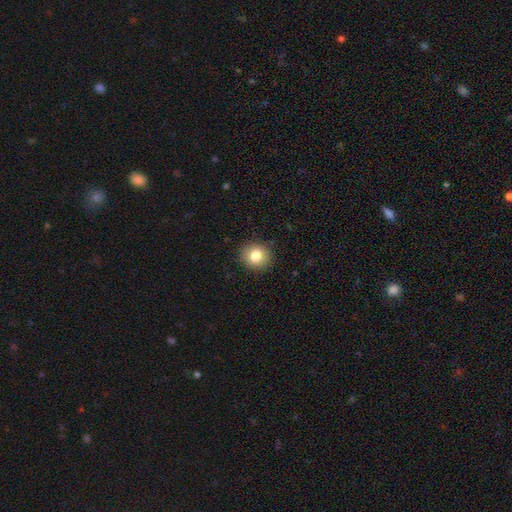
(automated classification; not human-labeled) A smooth galaxy with no disk features (81%) that is round (85%).

Vote fractions:
- Smooth or featured? smooth: 81% / star or artifact: 10% / featured or disk: 9%
- How rounded? round: 85% / in between: 15% / cigar-shaped: 1%
- Merging? none: 90% / minor disturbance: 7% / major disturbance: 2% / merger: 1%